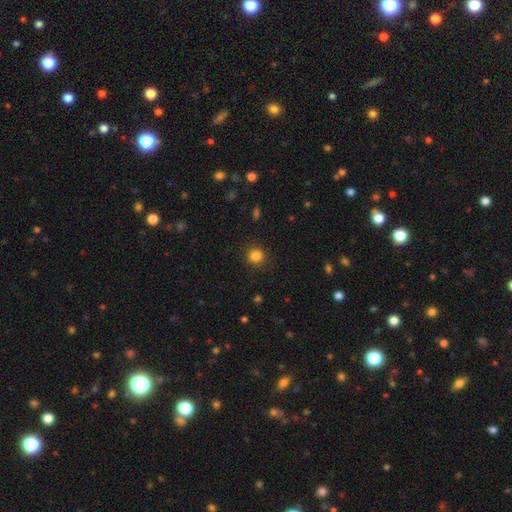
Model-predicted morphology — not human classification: Smooth or featured: smooth — 84% (star or artifact — 12%)
How rounded: round — 90% (in between — 9%)
Merging: none — 89% (minor disturbance — 7%)